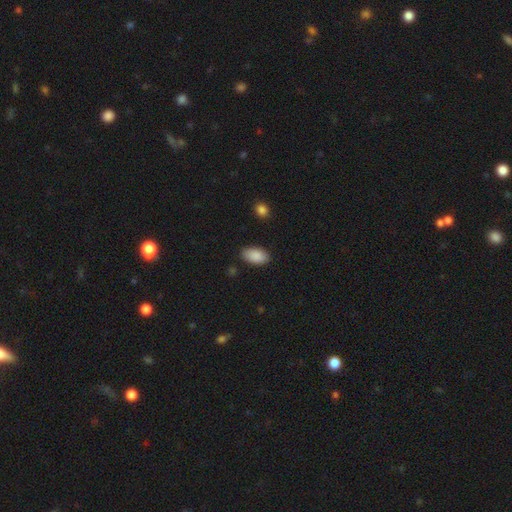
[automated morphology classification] Smooth or featured? Predicted: smooth (p=0.90). How rounded? Predicted: in between (p=0.94). Merging? Predicted: none (p=0.85).